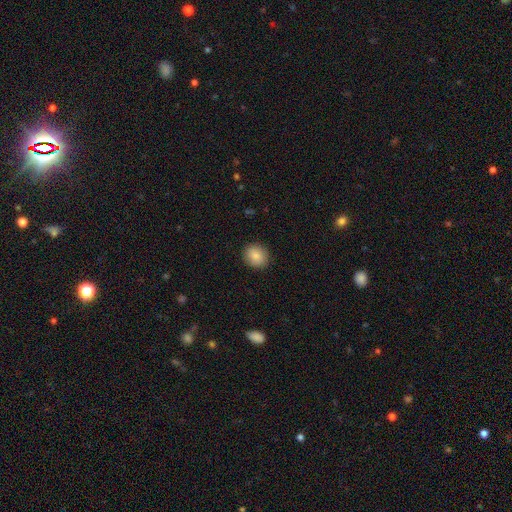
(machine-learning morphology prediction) This is clearly a smooth galaxy (86%). How rounded: likely round (76%). Merging: clearly none (89%).